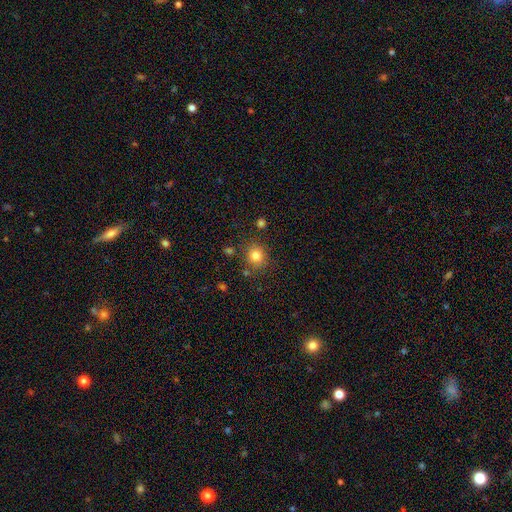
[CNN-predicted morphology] A smooth galaxy with no disk features (82%) that is round (85%). Merging: none (80%).